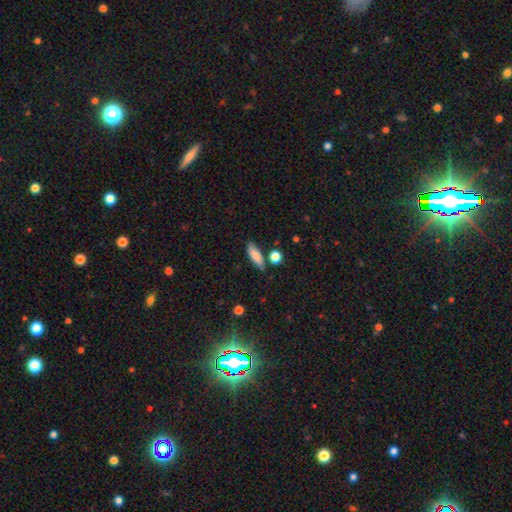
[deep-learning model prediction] Q: Smooth or featured?
A: smooth (82%); runner-up: featured or disk (11%)
Q: How rounded?
A: in between (55%); runner-up: cigar-shaped (42%)
Q: Merging?
A: none (76%); runner-up: minor disturbance (15%)